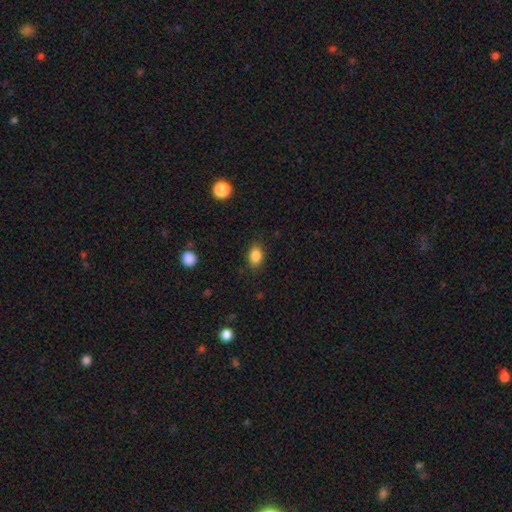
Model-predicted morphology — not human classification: smooth 86%, star or artifact 9%, featured or disk 5%. Down the decision tree: how rounded — in between (79%); merging — none (85%).